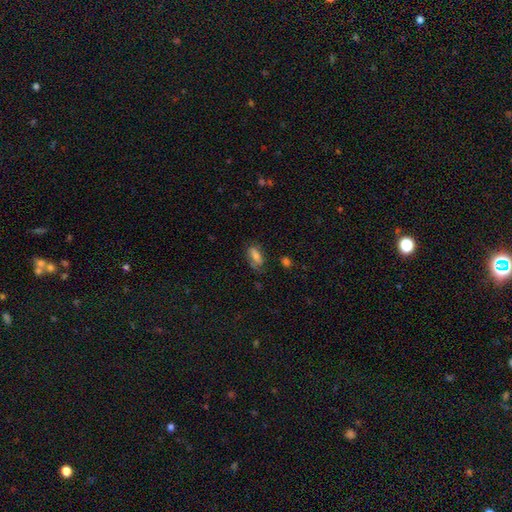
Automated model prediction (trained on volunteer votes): Morphology: type=smooth (69%); roundness=in between (79%); merging=none (59%).